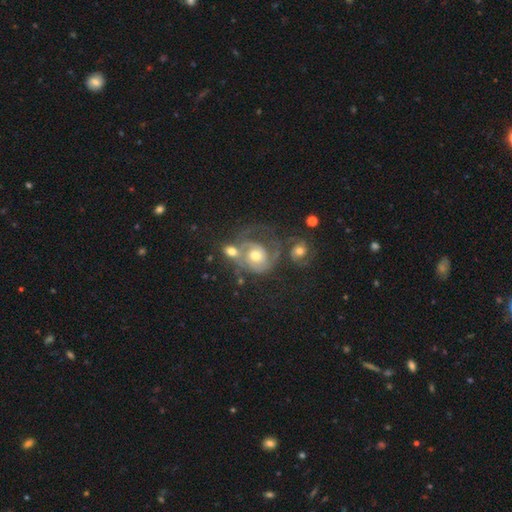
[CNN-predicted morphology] A featured or disk galaxy (72%) with no bar (78%), 2 (46%) tight (55%) spiral arms (83%) and a moderate central bulge (71%).

Vote fractions:
- Smooth or featured? featured or disk: 72% / smooth: 19% / star or artifact: 9%
- Edge-on disk? no: 97% / yes: 3%
- Bar? no: 78% / weak: 18% / strong: 4%
- Spiral arms? yes: 83% / no: 17%
- Spiral winding? tight: 55% / medium: 32% / loose: 12%
- Spiral arm count? 2: 46% / can't tell: 22% / 1: 21% / 3: 6% / 4: 2% / more than 4: 2%
- Bulge size? moderate: 71% / small: 16% / large: 10% / none: 2% / dominant: 2%
- Merging? merger: 42% / none: 27% / major disturbance: 18% / minor disturbance: 13%